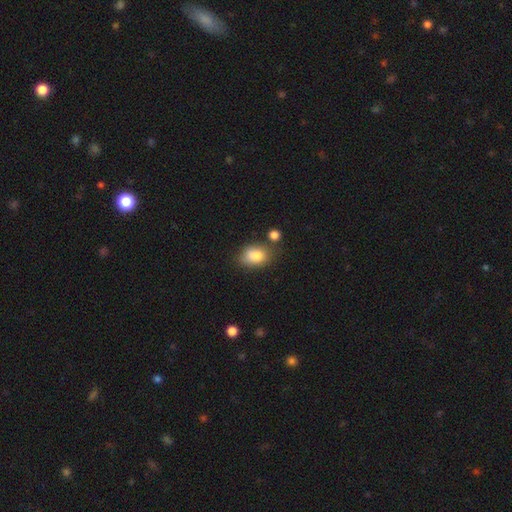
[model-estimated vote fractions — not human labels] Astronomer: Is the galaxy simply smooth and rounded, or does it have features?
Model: smooth — 83%.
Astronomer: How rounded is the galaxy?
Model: in between — 78%.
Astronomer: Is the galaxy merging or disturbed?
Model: none — 63%.